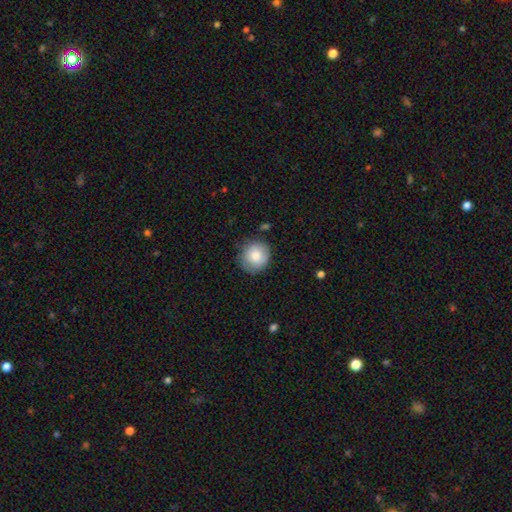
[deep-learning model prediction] The model was most divided on "merging": none: 81%, minor disturbance: 14%, major disturbance: 3%, merger: 2%. More confident: how rounded — round (90%); smooth or featured — smooth (82%).